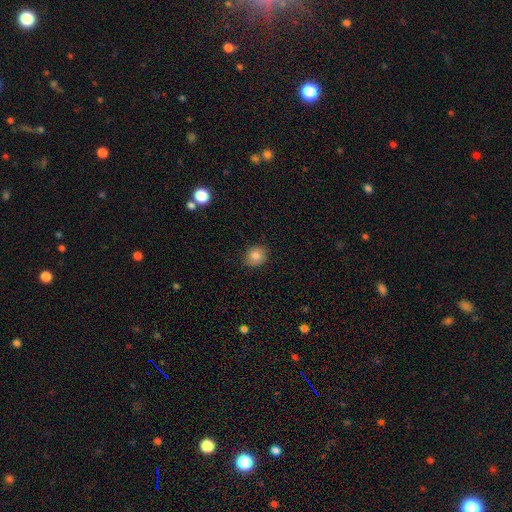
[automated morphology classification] Smooth or featured?
  - smooth: 82% *
  - star or artifact: 10%
  - featured or disk: 8%
How rounded?
  - round: 69% *
  - in between: 30%
  - cigar-shaped: 1%
Merging?
  - none: 84% *
  - minor disturbance: 13%
  - major disturbance: 2%
  - merger: 1%